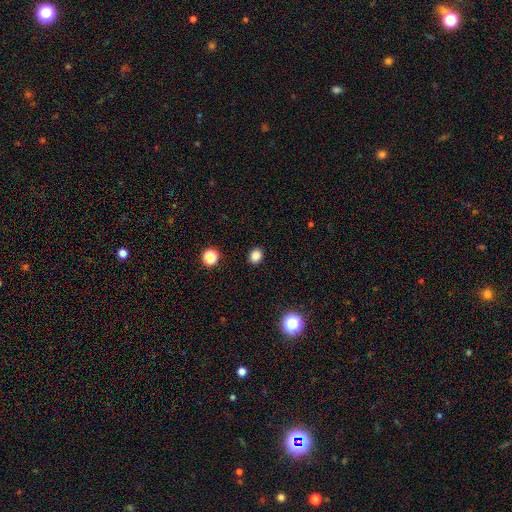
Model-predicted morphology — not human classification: type=smooth (84%); roundness=round (61%); merging=none (90%).